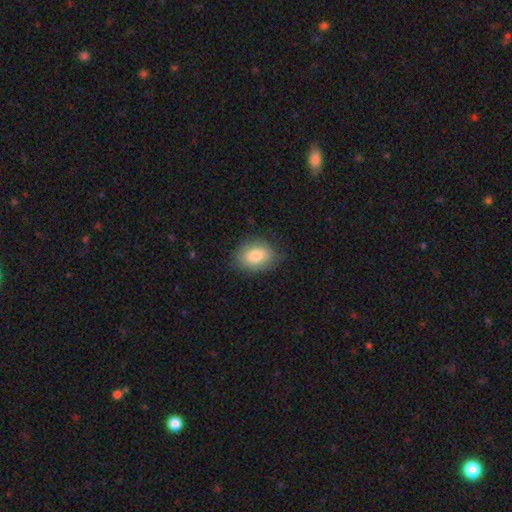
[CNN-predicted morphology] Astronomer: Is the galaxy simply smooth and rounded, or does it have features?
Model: smooth — 80%.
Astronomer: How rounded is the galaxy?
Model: in between — 76%.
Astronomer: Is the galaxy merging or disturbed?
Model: none — 79%.